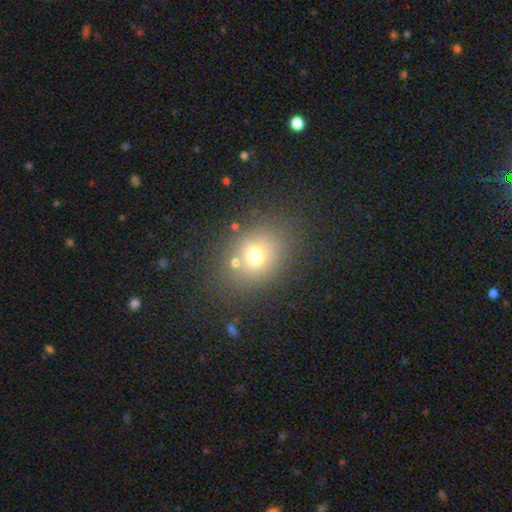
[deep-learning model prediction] Smooth or featured? smooth (67%)
How rounded? round (59%)
Merging? none (73%)